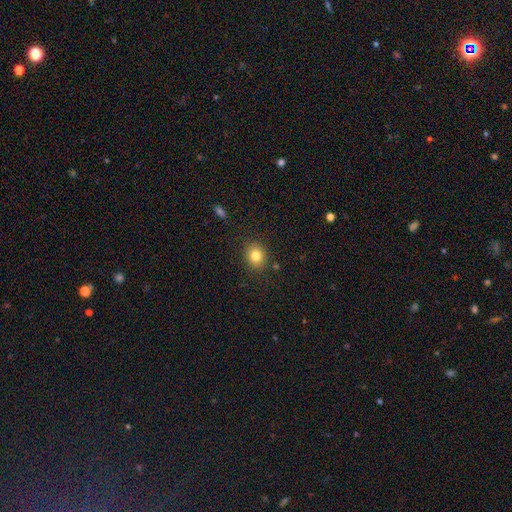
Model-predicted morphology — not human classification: Smooth or featured? smooth (81%)
How rounded? round (71%)
Merging? none (87%)